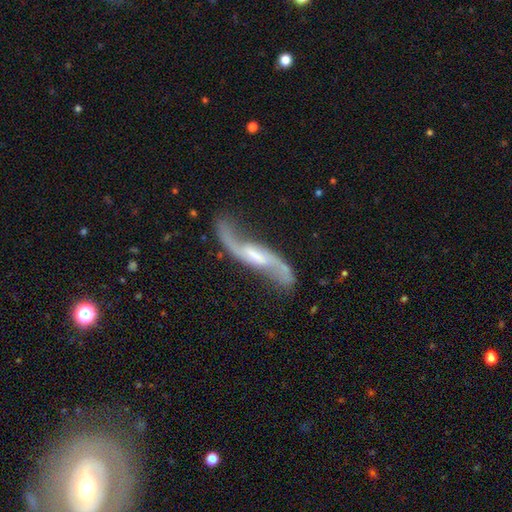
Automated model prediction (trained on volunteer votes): Smooth or featured? featured or disk (88%)
Edge-on disk? no (87%)
Bar? weak (47%)
Spiral arms? yes (97%)
Spiral winding? loose (83%)
Spiral arm count? 2 (93%)
Bulge size? small (37%)
Merging? none (74%)